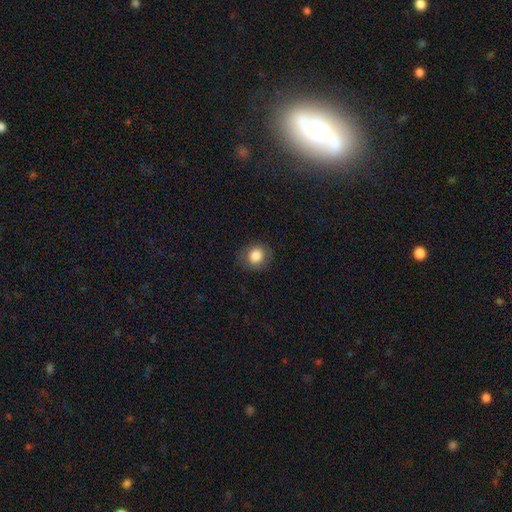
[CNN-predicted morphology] Q: Smooth or featured?
A: smooth (83%); runner-up: star or artifact (9%)
Q: How rounded?
A: round (77%); runner-up: in between (22%)
Q: Merging?
A: none (85%); runner-up: minor disturbance (11%)